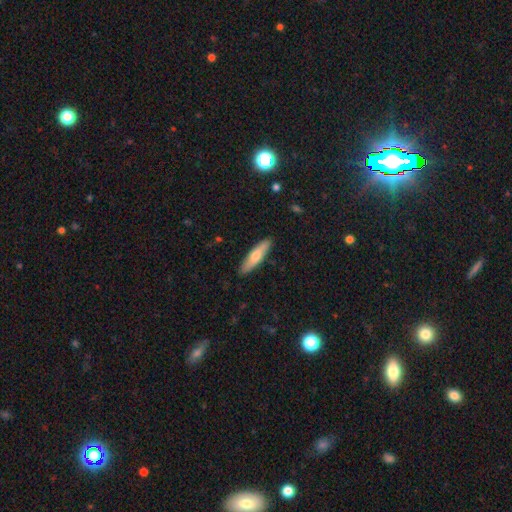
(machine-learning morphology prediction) Q: Smooth or featured?
A: smooth (65%); runner-up: featured or disk (30%)
Q: How rounded?
A: cigar-shaped (75%); runner-up: in between (24%)
Q: Merging?
A: none (89%); runner-up: minor disturbance (8%)